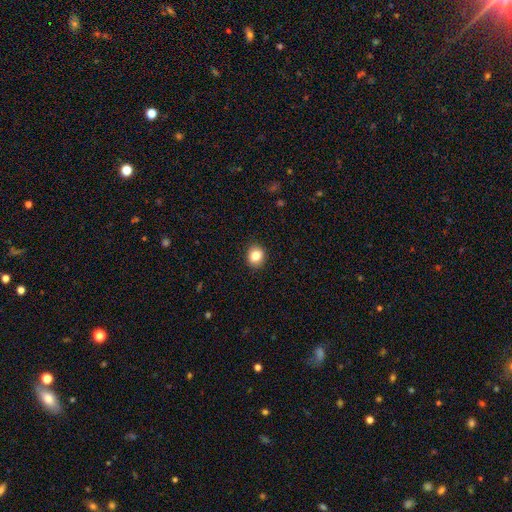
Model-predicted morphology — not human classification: Smooth or featured?
  - smooth: 84% *
  - star or artifact: 10%
  - featured or disk: 7%
How rounded?
  - round: 69% *
  - in between: 30%
  - cigar-shaped: 1%
Merging?
  - none: 91% *
  - minor disturbance: 7%
  - major disturbance: 2%
  - merger: 1%